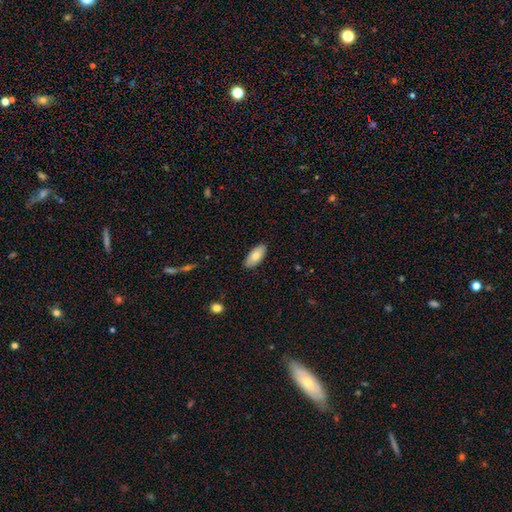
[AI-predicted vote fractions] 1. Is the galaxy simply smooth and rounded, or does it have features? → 79% smooth, 15% featured or disk, 6% star or artifact.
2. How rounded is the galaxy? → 90% in between, 8% cigar-shaped, 2% round.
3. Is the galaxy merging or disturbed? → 88% none, 9% minor disturbance, 2% major disturbance, 1% merger.